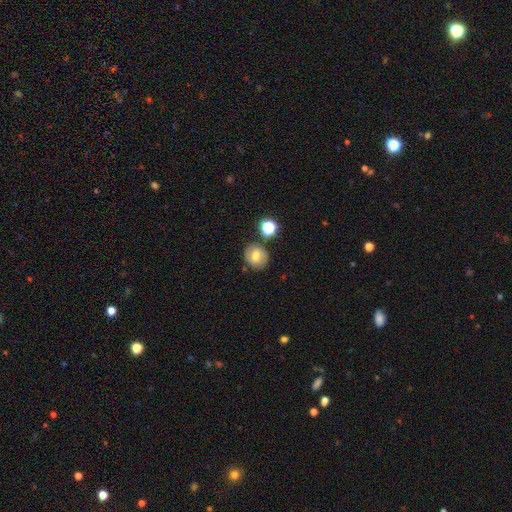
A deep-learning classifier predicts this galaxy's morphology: Smooth or featured: smooth — 64% (featured or disk — 23%)
How rounded: round — 78% (in between — 21%)
Merging: none — 76% (minor disturbance — 12%)